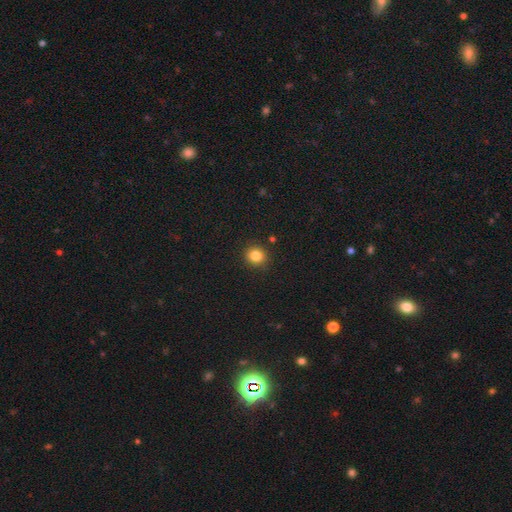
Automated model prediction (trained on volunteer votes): smooth_or_featured: smooth (p=0.84) [alt: star or artifact p=0.11]
how_rounded: round (p=0.89) [alt: in between p=0.10]
merging: none (p=0.91) [alt: minor disturbance p=0.06]